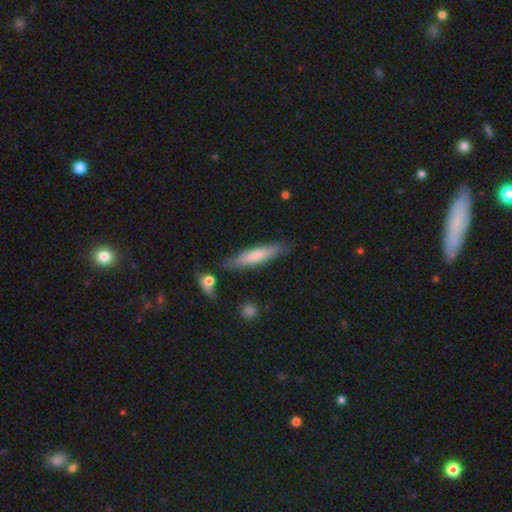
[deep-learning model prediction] Smooth or featured? Predicted: smooth (p=0.67). How rounded? Predicted: cigar-shaped (p=0.84). Merging? Predicted: none (p=0.80).